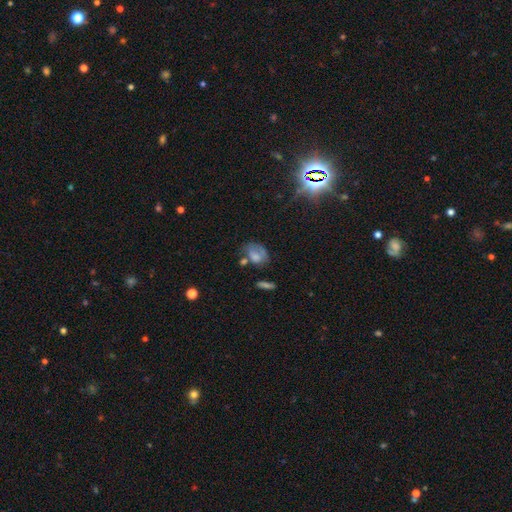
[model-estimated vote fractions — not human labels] A smooth galaxy with no disk features (62%) that is in between round and cigar-shaped (71%). Merging: none (40%).